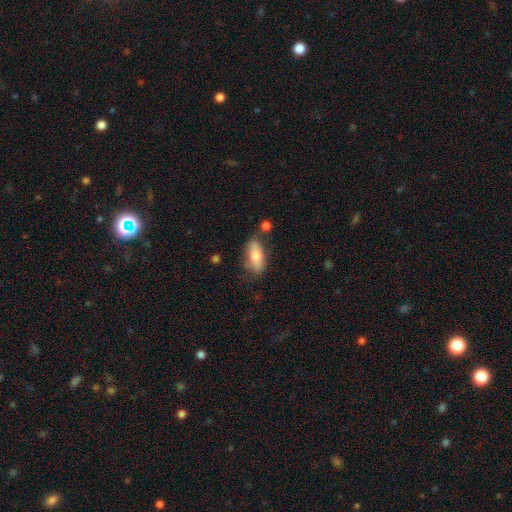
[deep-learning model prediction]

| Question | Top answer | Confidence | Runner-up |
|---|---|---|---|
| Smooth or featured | smooth | 74% | featured or disk (19%) |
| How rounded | in between | 77% | cigar-shaped (20%) |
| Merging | none | 67% | minor disturbance (21%) |